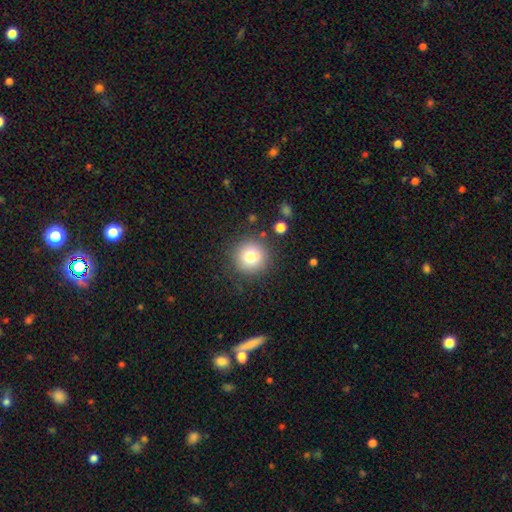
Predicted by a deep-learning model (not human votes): A smooth galaxy with no disk features (78%) that is round (95%). Merging: none (86%).